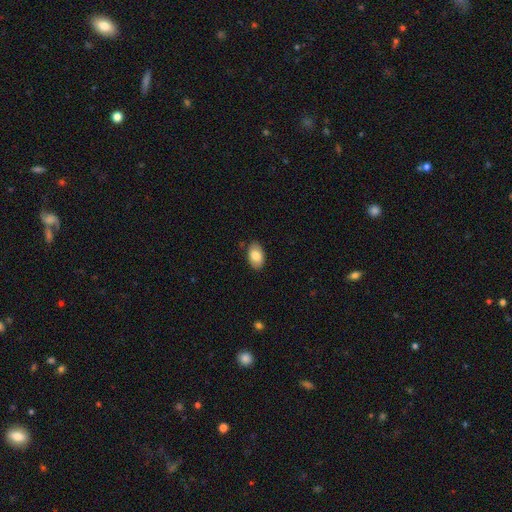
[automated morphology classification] Smooth or featured?
  - smooth: 83% *
  - featured or disk: 10%
  - star or artifact: 7%
How rounded?
  - in between: 92% *
  - round: 6%
  - cigar-shaped: 1%
Merging?
  - none: 86% *
  - minor disturbance: 11%
  - major disturbance: 2%
  - merger: 1%